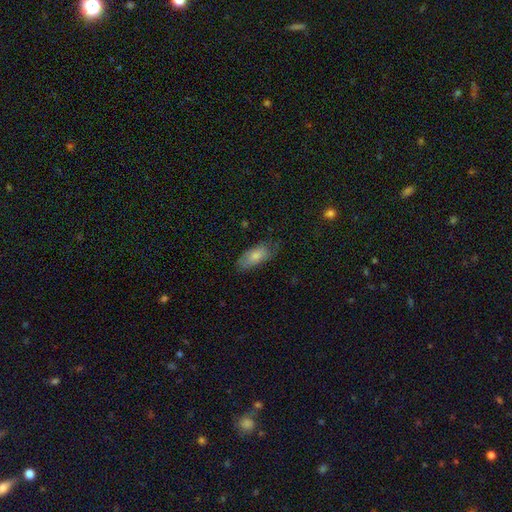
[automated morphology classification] Smooth or featured? smooth (76%)
How rounded? in between (88%)
Merging? none (65%)